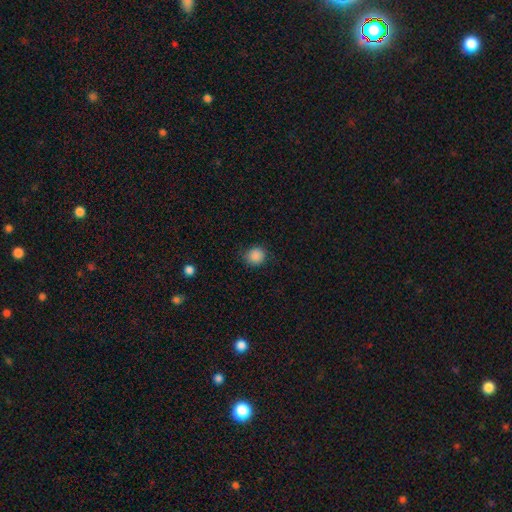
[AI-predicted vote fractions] Overall: smooth (87%). How rounded: round (88%). Merging: none (82%).